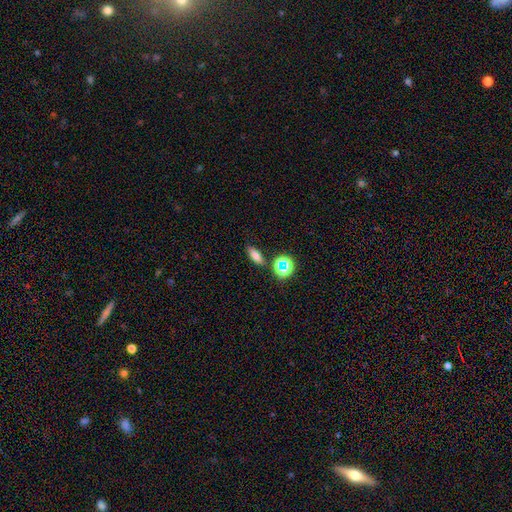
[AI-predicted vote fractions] smooth-or-featured: smooth: 70% | star or artifact: 17% | featured or disk: 12%
  how-rounded: in between: 66% | cigar-shaped: 23% | round: 11%
  merging: none: 83% | minor disturbance: 10% | merger: 5% | major disturbance: 3%